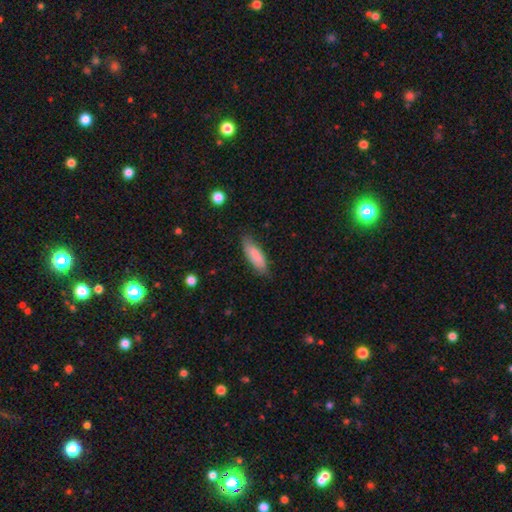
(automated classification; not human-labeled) The model was most divided on "how rounded": in between: 55%, cigar-shaped: 44%, round: 1%. More confident: smooth or featured — smooth (84%); merging — none (75%).